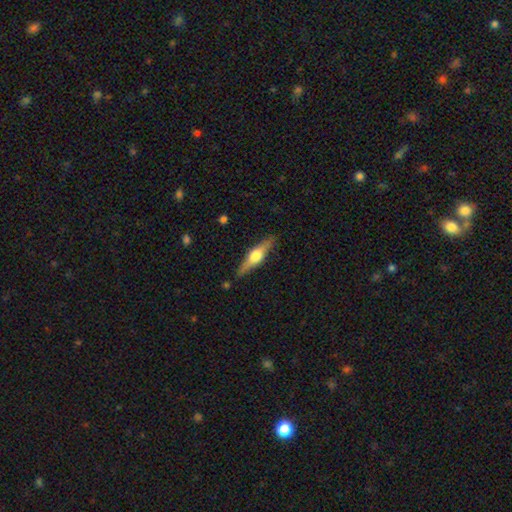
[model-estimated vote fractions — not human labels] Smooth or featured: featured or disk — 64% (smooth — 30%)
Edge-on disk: yes — 96% (no — 4%)
Edge-on bulge: rounded — 93% (boxy — 5%)
Merging: none — 86% (minor disturbance — 10%)